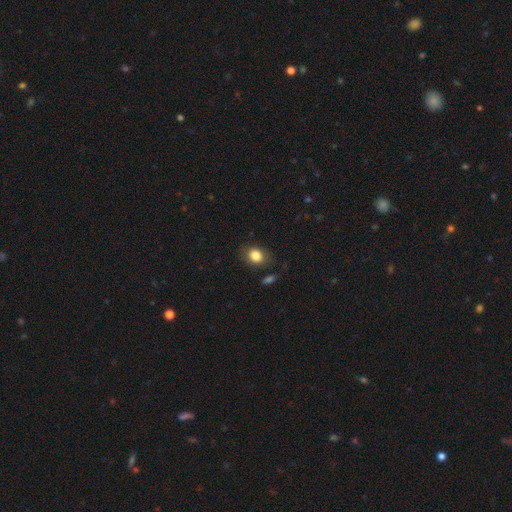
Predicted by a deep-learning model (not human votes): Smooth or featured? Predicted: smooth (p=0.84). How rounded? Predicted: in between (p=0.60). Merging? Predicted: none (p=0.80).